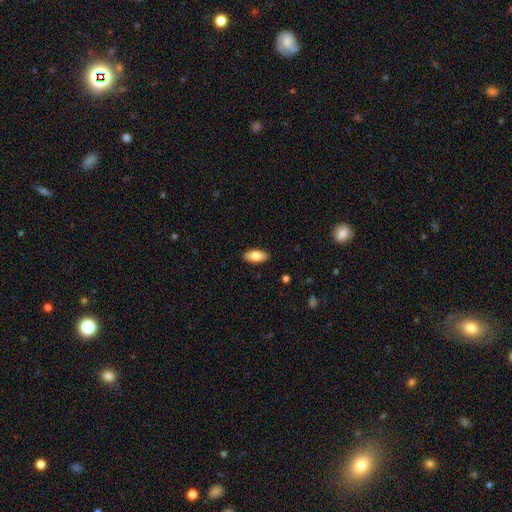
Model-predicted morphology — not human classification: smooth_or_featured: smooth (p=0.79) [alt: featured or disk p=0.14]
how_rounded: in between (p=0.88) [alt: cigar-shaped p=0.10]
merging: none (p=0.89) [alt: minor disturbance p=0.08]